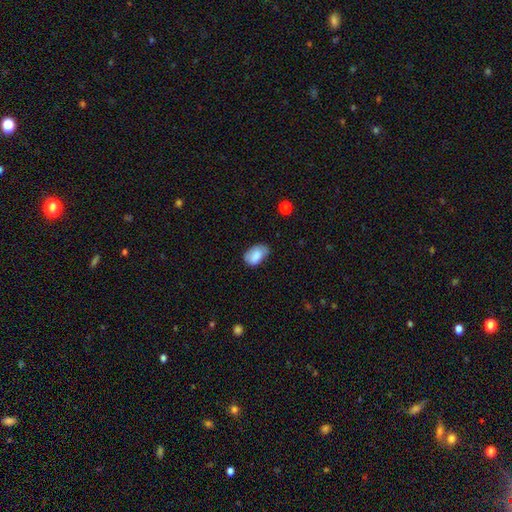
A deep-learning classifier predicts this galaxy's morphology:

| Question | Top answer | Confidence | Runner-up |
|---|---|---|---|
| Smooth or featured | smooth | 82% | featured or disk (11%) |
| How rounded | in between | 91% | round (8%) |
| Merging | none | 56% | minor disturbance (35%) |